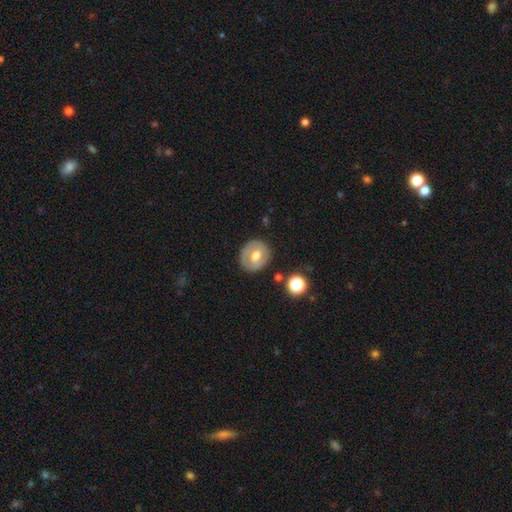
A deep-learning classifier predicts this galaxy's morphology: Smooth or featured?
  - featured or disk: 47% *
  - smooth: 46%
  - star or artifact: 7%
Merging?
  - none: 80% *
  - minor disturbance: 13%
  - major disturbance: 4%
  - merger: 3%